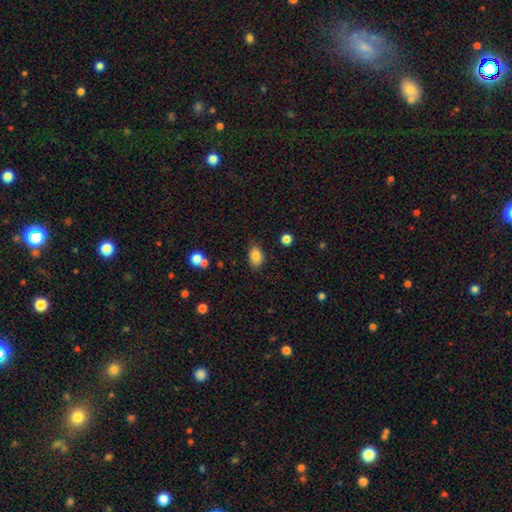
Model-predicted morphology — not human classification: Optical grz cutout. It shows a smooth galaxy with no disk features (83%) that is in between round and cigar-shaped (85%). Merging: none (79%).